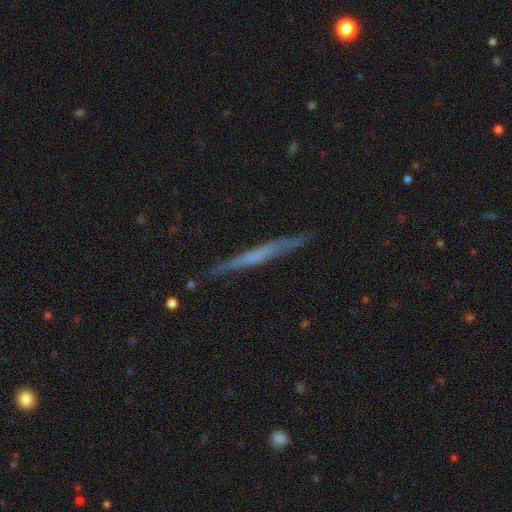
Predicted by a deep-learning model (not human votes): Smooth or featured? Predicted: featured or disk (p=0.55). Edge-on disk? Predicted: yes (p=0.95). Edge-on bulge? Predicted: none (p=0.77). Merging? Predicted: none (p=0.84).